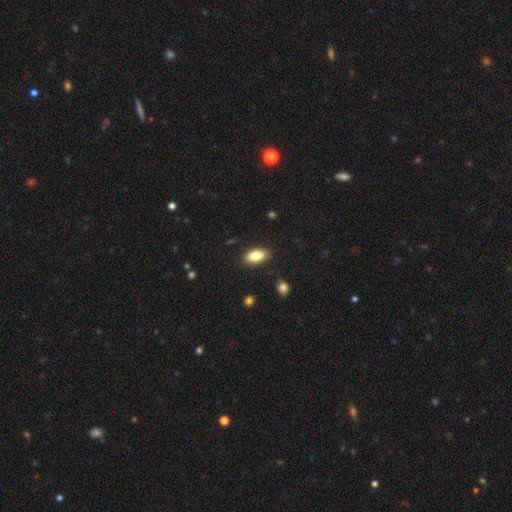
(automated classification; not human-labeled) Q: Smooth or featured?
A: smooth (81%); runner-up: featured or disk (11%)
Q: How rounded?
A: in between (88%); runner-up: cigar-shaped (8%)
Q: Merging?
A: none (85%); runner-up: minor disturbance (11%)